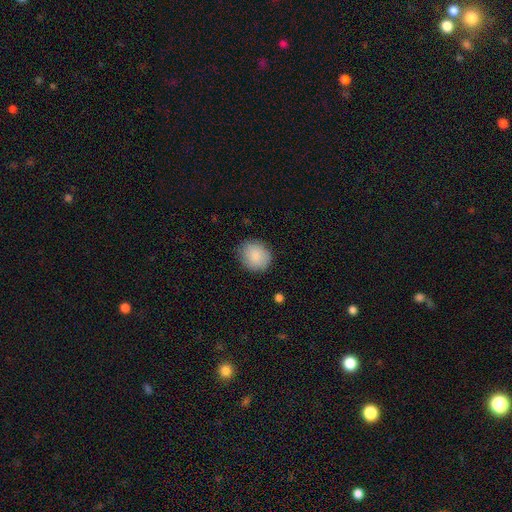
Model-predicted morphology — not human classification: Overall: smooth (88%). How rounded: round (70%). Merging: none (82%).